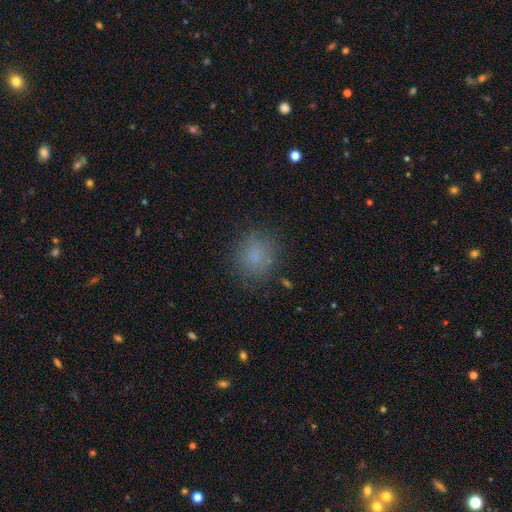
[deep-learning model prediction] Smooth or featured? Predicted: smooth (p=0.80). How rounded? Predicted: round (p=0.78). Merging? Predicted: none (p=0.83).